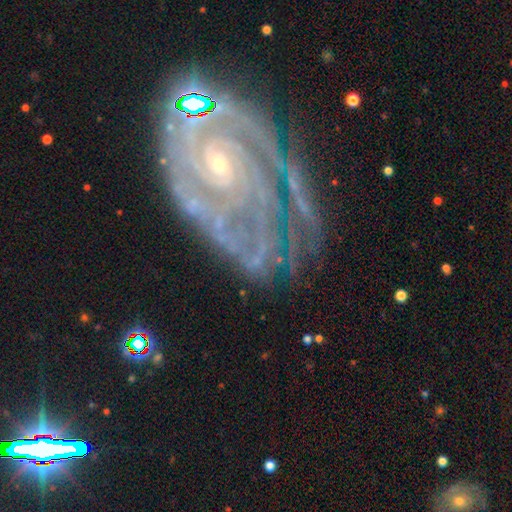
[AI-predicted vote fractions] Smooth or featured? Predicted: featured or disk (p=0.78). Edge-on disk? Predicted: no (p=0.95). Bar? Predicted: no (p=0.54). Spiral arms? Predicted: yes (p=0.95). Spiral winding? Predicted: tight (p=0.73). Spiral arm count? Predicted: can't tell (p=0.27). Bulge size? Predicted: small (p=0.62). Merging? Predicted: none (p=0.63).